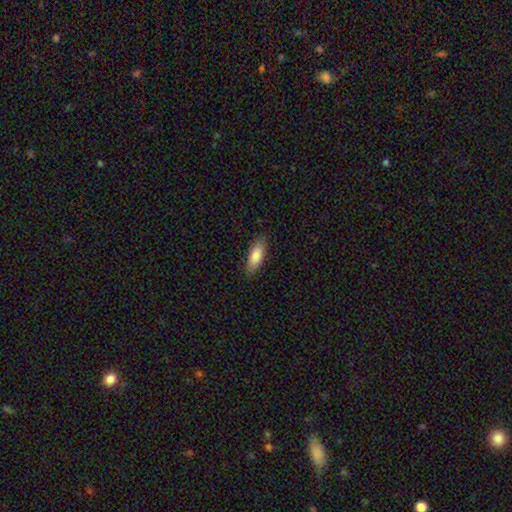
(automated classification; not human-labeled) Smooth or featured? smooth (84%)
How rounded? in between (71%)
Merging? none (84%)